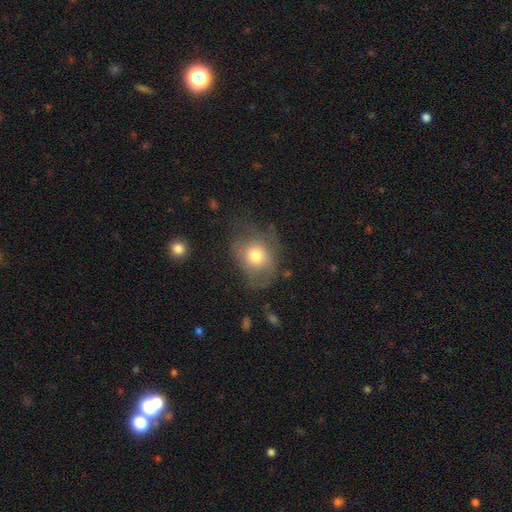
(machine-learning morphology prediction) type=smooth (67%); roundness=in between (49%, tied with round); merging=none (51%).